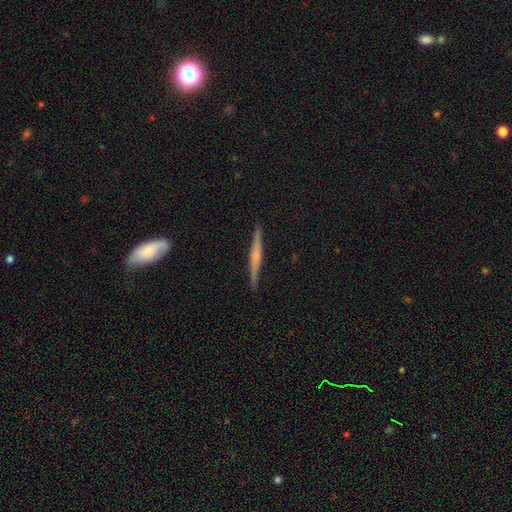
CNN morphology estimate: The model was most divided on "edge-on bulge": rounded: 50%, none: 30%, boxy: 20%. More confident: edge-on disk — yes (98%); merging — none (90%); smooth or featured — featured or disk (66%).